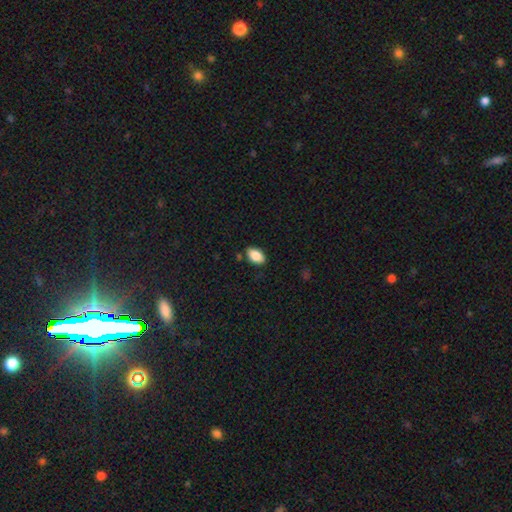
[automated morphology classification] A smooth galaxy with no disk features (85%) that is in between round and cigar-shaped (92%).

Vote fractions:
- Smooth or featured? smooth: 85% / star or artifact: 7% / featured or disk: 7%
- How rounded? in between: 92% / round: 6% / cigar-shaped: 2%
- Merging? none: 85% / minor disturbance: 10% / major disturbance: 2% / merger: 2%